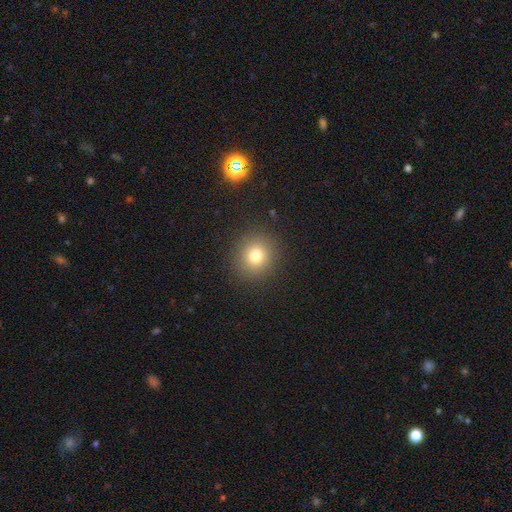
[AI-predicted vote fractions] Smooth or featured? smooth (77%)
How rounded? round (87%)
Merging? none (89%)